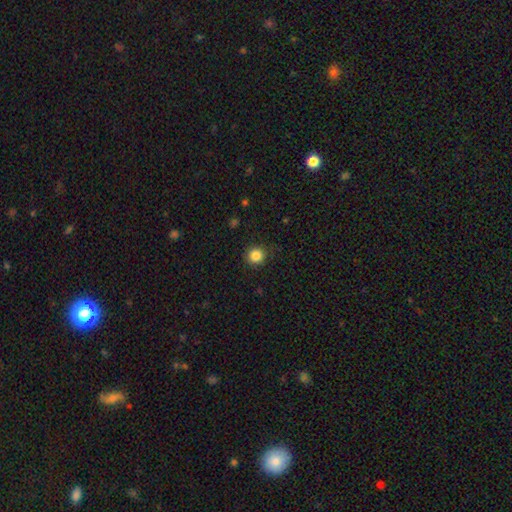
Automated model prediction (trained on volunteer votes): Q: Smooth or featured?
A: smooth (85%); runner-up: star or artifact (11%)
Q: How rounded?
A: round (92%); runner-up: in between (7%)
Q: Merging?
A: none (88%); runner-up: minor disturbance (8%)